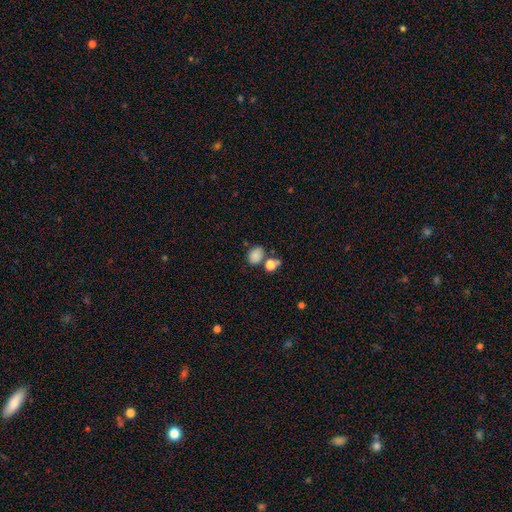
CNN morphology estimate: This is clearly a smooth galaxy (82%). How rounded: possibly in between (57%). Merging: likely none (63%).